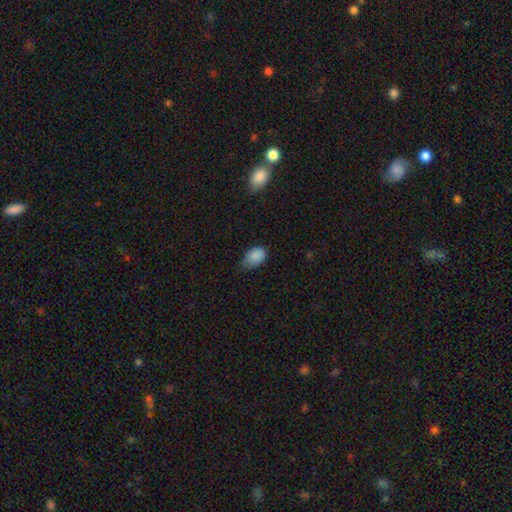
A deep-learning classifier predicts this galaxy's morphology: smooth-or-featured: smooth: 87% | star or artifact: 8% | featured or disk: 5%
  how-rounded: in between: 87% | round: 12% | cigar-shaped: 1%
  merging: none: 46% | minor disturbance: 44% | major disturbance: 9% | merger: 2%